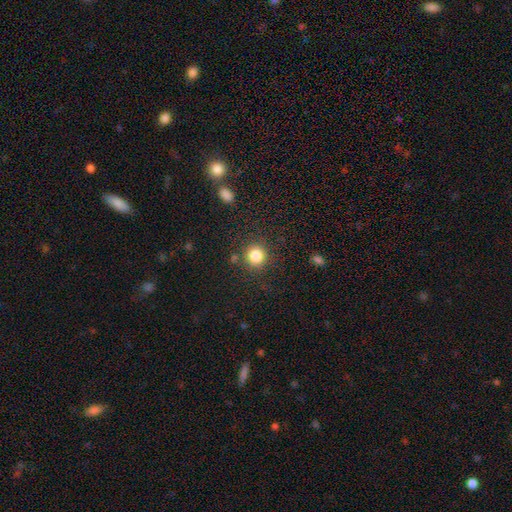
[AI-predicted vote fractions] Q: Smooth or featured?
A: smooth (83%); runner-up: star or artifact (11%)
Q: How rounded?
A: round (91%); runner-up: in between (8%)
Q: Merging?
A: none (84%); runner-up: minor disturbance (8%)